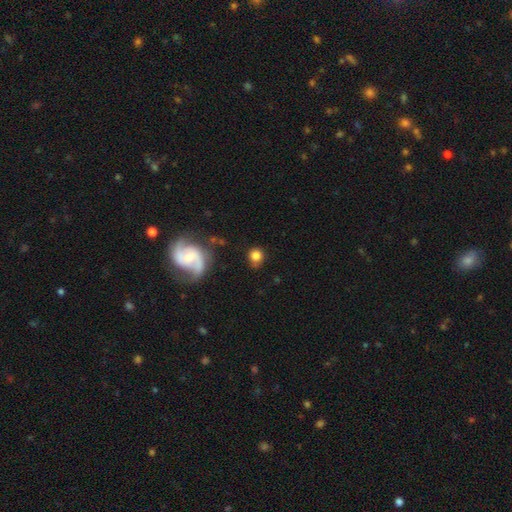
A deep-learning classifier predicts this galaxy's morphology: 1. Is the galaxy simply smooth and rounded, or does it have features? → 79% smooth, 11% featured or disk, 10% star or artifact.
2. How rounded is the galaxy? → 81% round, 18% in between, 1% cigar-shaped.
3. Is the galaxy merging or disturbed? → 69% none, 19% minor disturbance, 7% major disturbance, 5% merger.